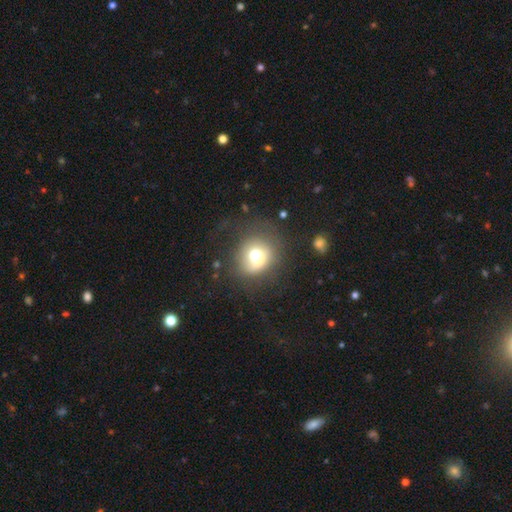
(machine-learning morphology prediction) This is likely a smooth galaxy (63%). How rounded: likely round (76%). Merging: possibly none (55%).